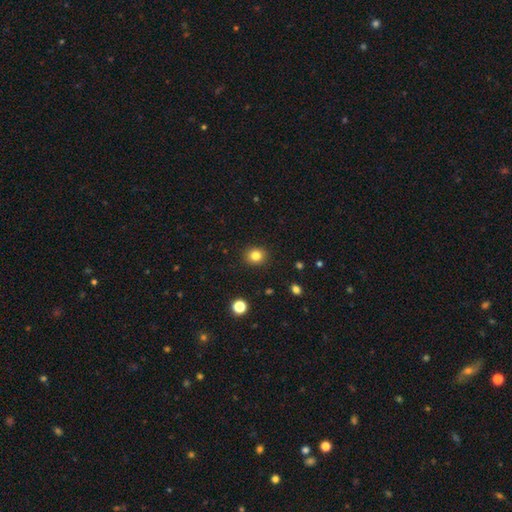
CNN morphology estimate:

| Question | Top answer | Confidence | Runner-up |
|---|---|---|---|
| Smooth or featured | smooth | 82% | star or artifact (12%) |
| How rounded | round | 80% | in between (19%) |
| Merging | none | 91% | minor disturbance (6%) |